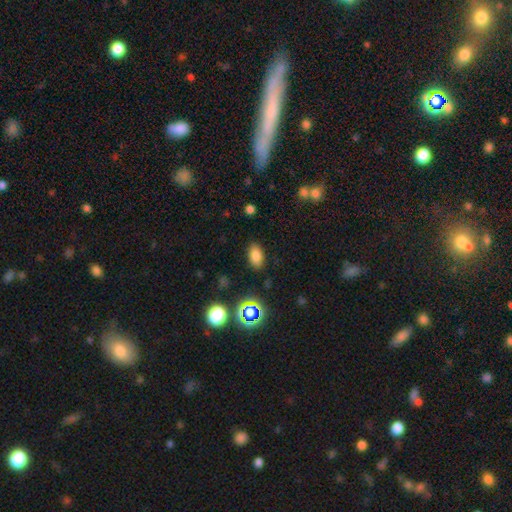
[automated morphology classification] Smooth or featured? Predicted: smooth (p=0.79). How rounded? Predicted: in between (p=0.90). Merging? Predicted: none (p=0.85).